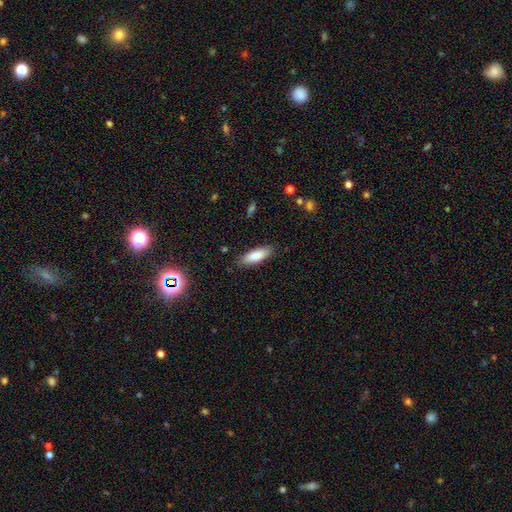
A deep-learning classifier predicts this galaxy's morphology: Overall: smooth (84%). How rounded: in between (61%; cigar-shaped 37%). Merging: none (85%).